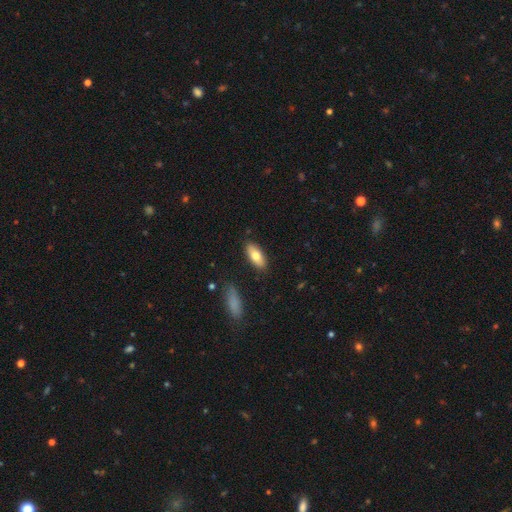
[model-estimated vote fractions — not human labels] Smooth or featured?
  - smooth: 75% *
  - featured or disk: 19%
  - star or artifact: 6%
How rounded?
  - in between: 83% *
  - cigar-shaped: 15%
  - round: 2%
Merging?
  - none: 87% *
  - minor disturbance: 10%
  - major disturbance: 2%
  - merger: 2%